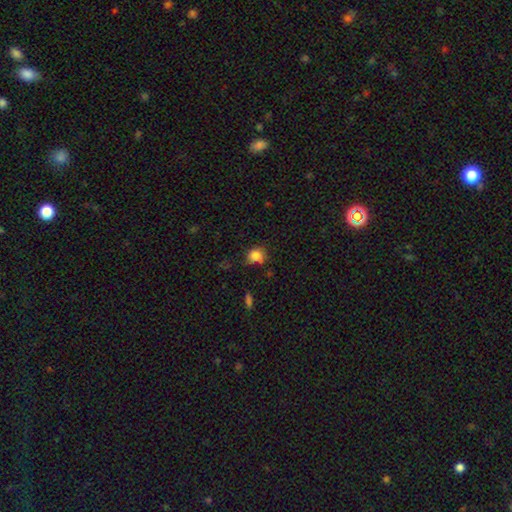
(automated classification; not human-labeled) The model was most divided on "merging": none: 54%, minor disturbance: 29%, major disturbance: 11%, merger: 6%. More confident: smooth or featured — smooth (81%); how rounded — round (66%).